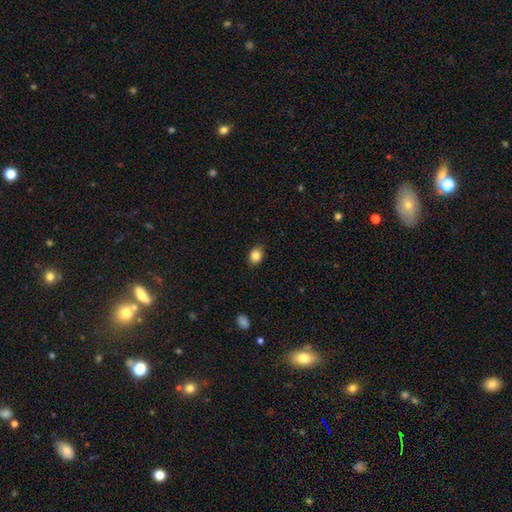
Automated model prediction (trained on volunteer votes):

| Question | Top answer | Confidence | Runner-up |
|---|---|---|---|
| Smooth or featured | smooth | 85% | star or artifact (10%) |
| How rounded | in between | 51% | round (48%) |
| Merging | none | 86% | minor disturbance (11%) |